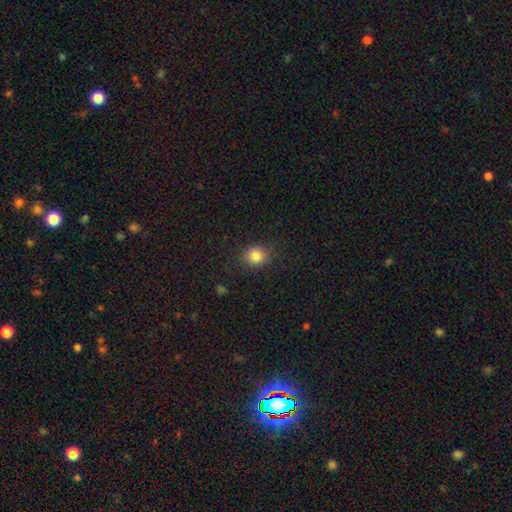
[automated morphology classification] A smooth galaxy with no disk features (84%) that is round (84%). Merging: none (87%).